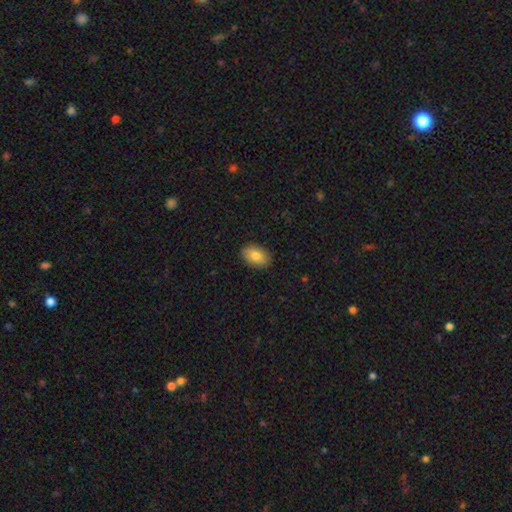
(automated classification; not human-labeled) smooth_or_featured: smooth (p=0.82) [alt: featured or disk p=0.11]
how_rounded: in between (p=0.89) [alt: round p=0.10]
merging: none (p=0.90) [alt: minor disturbance p=0.08]